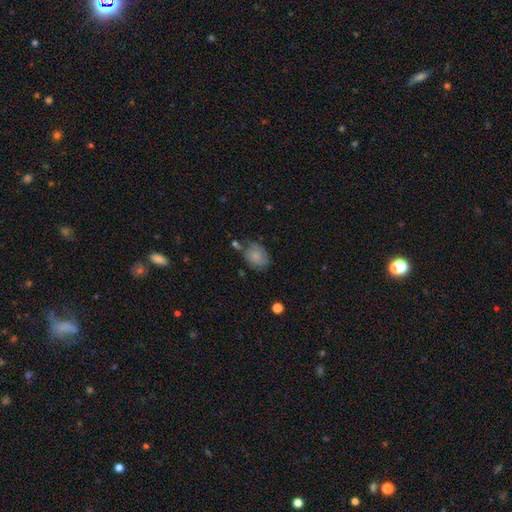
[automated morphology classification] smooth 76%, featured or disk 16%, star or artifact 8%. Down the decision tree: how rounded — in between (59%); merging — none (52%).